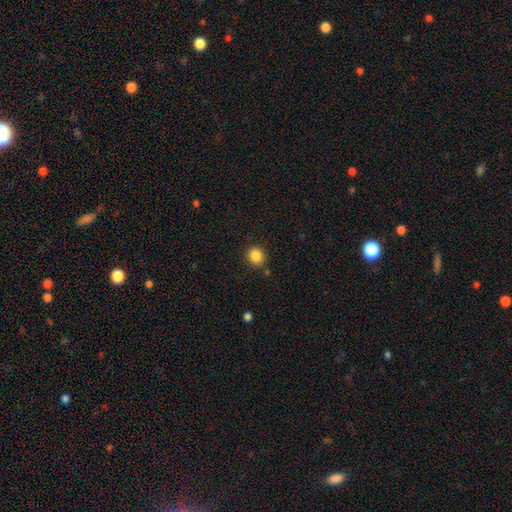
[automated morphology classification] Q: Smooth or featured?
A: smooth (85%); runner-up: star or artifact (10%)
Q: How rounded?
A: round (84%); runner-up: in between (15%)
Q: Merging?
A: none (86%); runner-up: minor disturbance (8%)